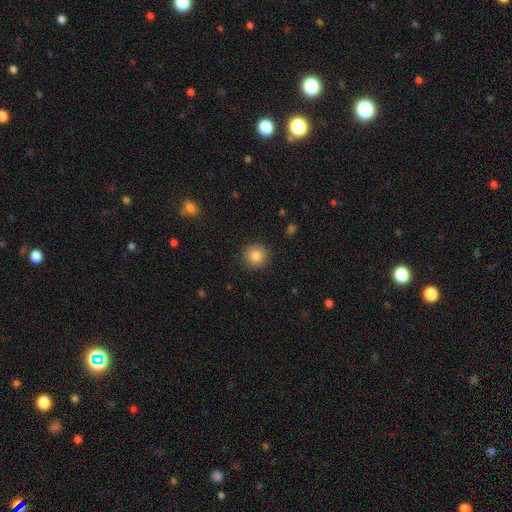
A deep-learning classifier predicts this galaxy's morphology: smooth_or_featured: smooth (p=0.84) [alt: star or artifact p=0.10]
how_rounded: round (p=0.94) [alt: in between p=0.05]
merging: none (p=0.90) [alt: minor disturbance p=0.07]